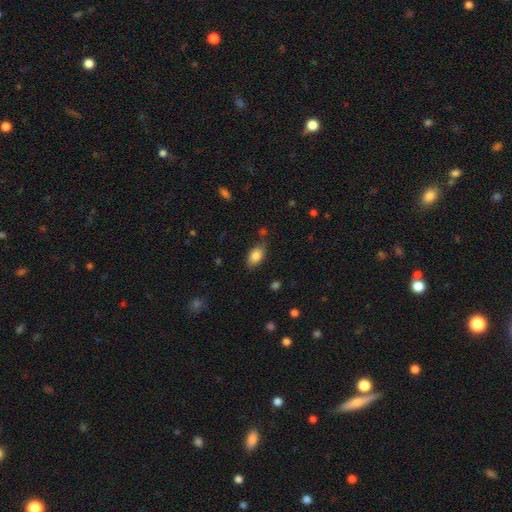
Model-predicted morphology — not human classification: Smooth or featured? smooth (85%)
How rounded? in between (91%)
Merging? none (75%)